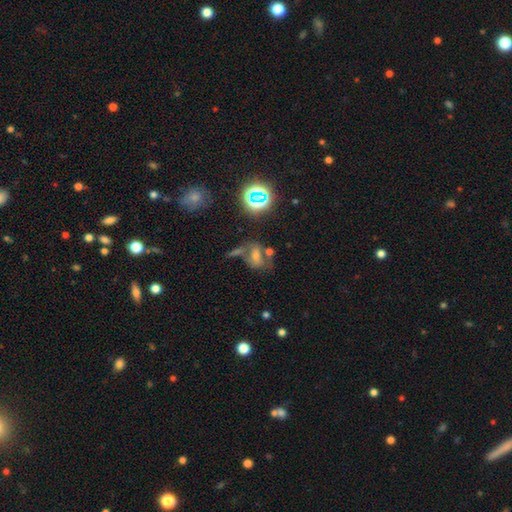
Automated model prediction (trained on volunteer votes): smooth 40%, featured or disk 31%, star or artifact 29%. Down the decision tree: merging — none (45%).